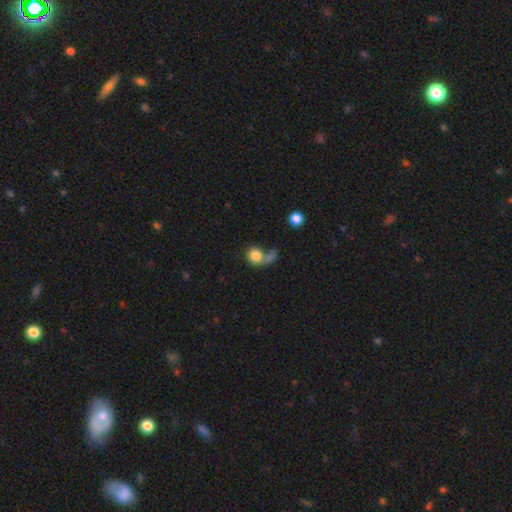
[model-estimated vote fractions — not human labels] smooth_or_featured: smooth (p=0.75) [alt: featured or disk p=0.15]
how_rounded: round (p=0.75) [alt: in between p=0.23]
merging: none (p=0.31) [alt: merger p=0.30]